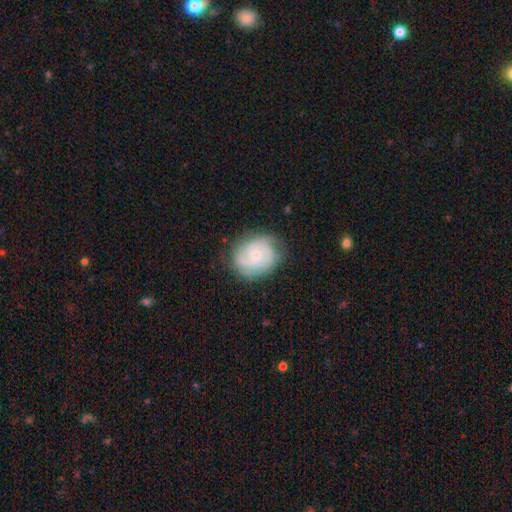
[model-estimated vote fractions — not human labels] Smooth or featured? featured or disk (58%)
Edge-on disk? no (98%)
Bar? no (73%)
Spiral arms? yes (89%)
Spiral winding? tight (48%)
Spiral arm count? 2 (31%)
Bulge size? small (64%)
Merging? none (71%)